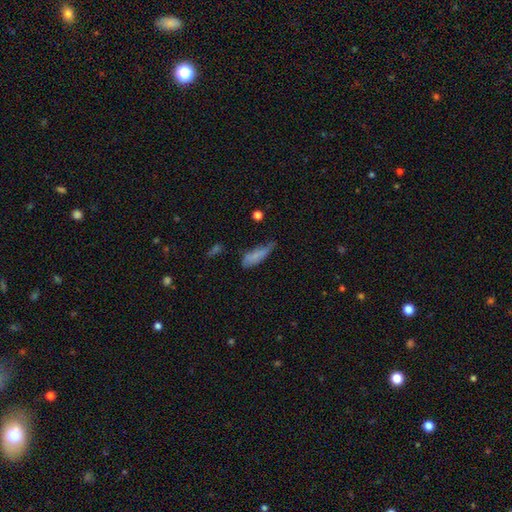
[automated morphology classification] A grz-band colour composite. It shows a smooth galaxy with no disk features (73%) that is cigar-shaped (55%). Merging: minor disturbance (40%).